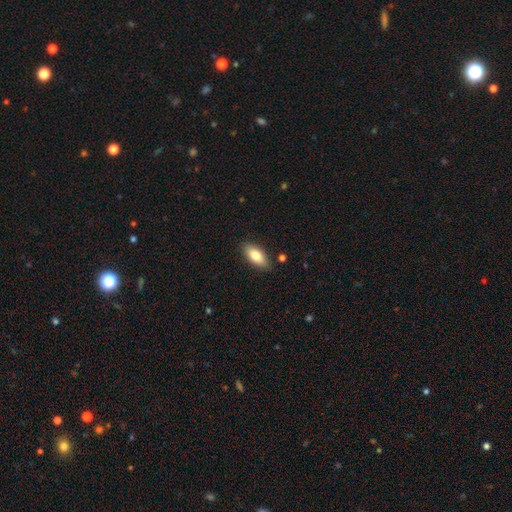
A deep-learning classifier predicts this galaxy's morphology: This appears to be a smooth galaxy with no disk features (80%) that is in between round and cigar-shaped (86%). Merging: none (85%).